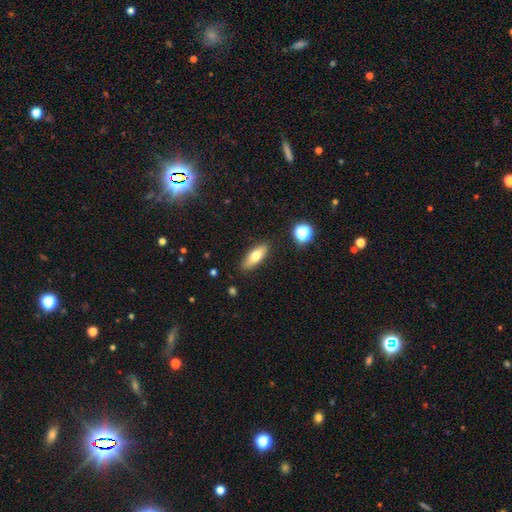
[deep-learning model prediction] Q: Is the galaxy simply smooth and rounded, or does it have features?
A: smooth — 69%.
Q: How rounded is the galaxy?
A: in between — 66%.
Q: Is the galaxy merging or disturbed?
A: none — 86%.